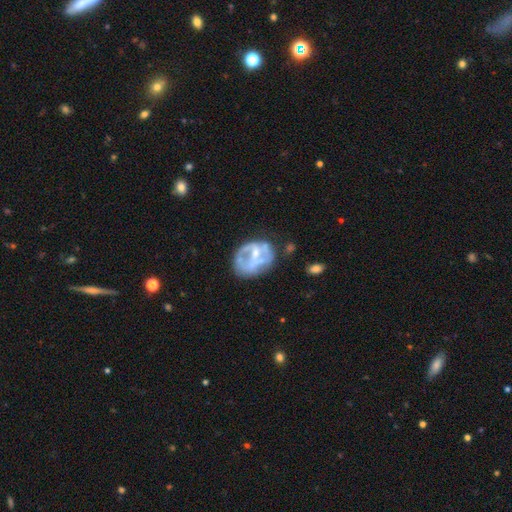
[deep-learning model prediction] A featured or disk galaxy (69%) with no bar (50%), no spiral arms (65%) and a small central bulge (43%).

Vote fractions:
- Smooth or featured? featured or disk: 69% / smooth: 24% / star or artifact: 8%
- Edge-on disk? no: 98% / yes: 2%
- Bar? no: 50% / weak: 34% / strong: 16%
- Spiral arms? no: 65% / yes: 35%
- Bulge size? small: 43% / moderate: 37% / none: 16% / large: 3% / dominant: 1%
- Merging? none: 45% / minor disturbance: 25% / major disturbance: 24% / merger: 7%